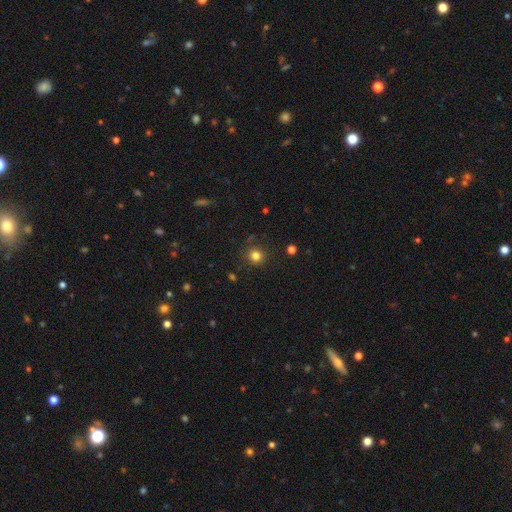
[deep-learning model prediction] smooth-or-featured: smooth: 81% | star or artifact: 14% | featured or disk: 5%
  how-rounded: round: 93% | in between: 6% | cigar-shaped: 1%
  merging: none: 88% | minor disturbance: 8% | major disturbance: 2% | merger: 2%